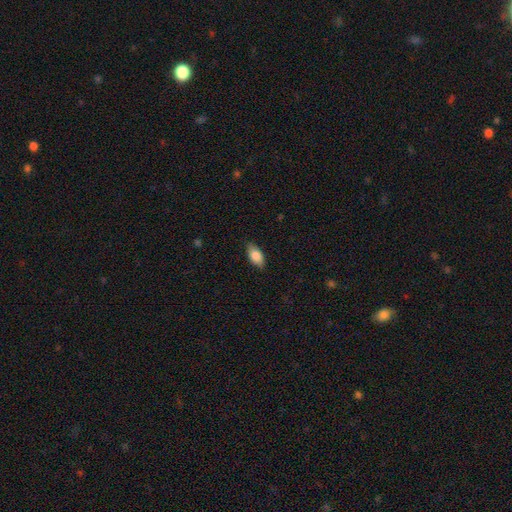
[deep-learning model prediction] smooth 84%, featured or disk 10%, star or artifact 7%. Down the decision tree: how rounded — in between (91%); merging — none (83%).